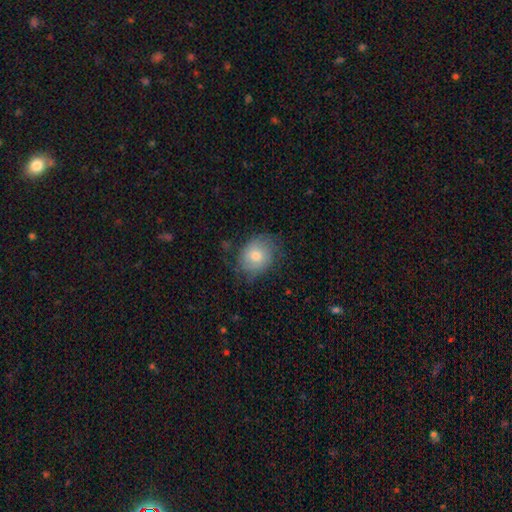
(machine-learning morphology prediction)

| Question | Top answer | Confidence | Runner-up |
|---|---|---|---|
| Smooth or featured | smooth | 64% | featured or disk (28%) |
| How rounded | round | 53% | in between (46%) |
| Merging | none | 64% | minor disturbance (26%) |